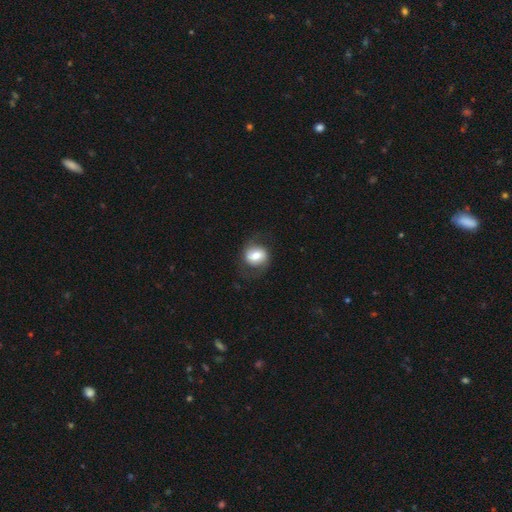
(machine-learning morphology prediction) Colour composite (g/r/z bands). It shows a smooth galaxy with no disk features (59%) that is round (56%). Merging: none (71%).